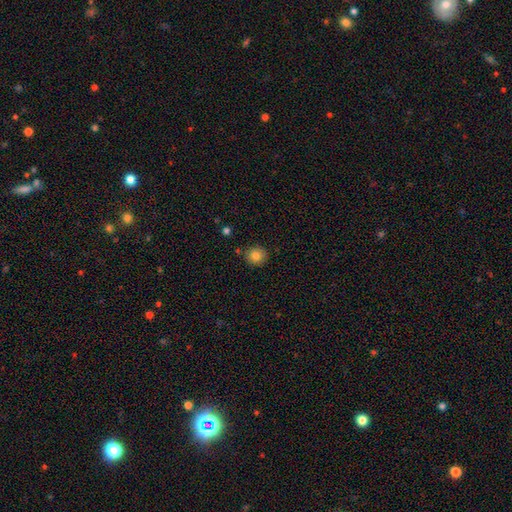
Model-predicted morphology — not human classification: smooth_or_featured: smooth (p=0.82) [alt: star or artifact p=0.11]
how_rounded: round (p=0.88) [alt: in between p=0.11]
merging: none (p=0.85) [alt: minor disturbance p=0.09]